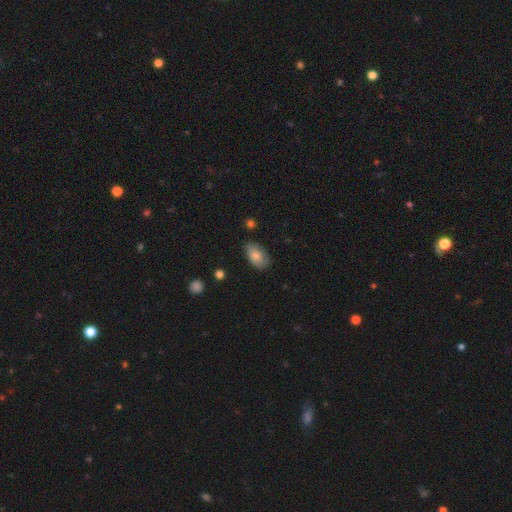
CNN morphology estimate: This appears to be a smooth galaxy with no disk features (76%) that is in between round and cigar-shaped (93%). Merging: none (74%).